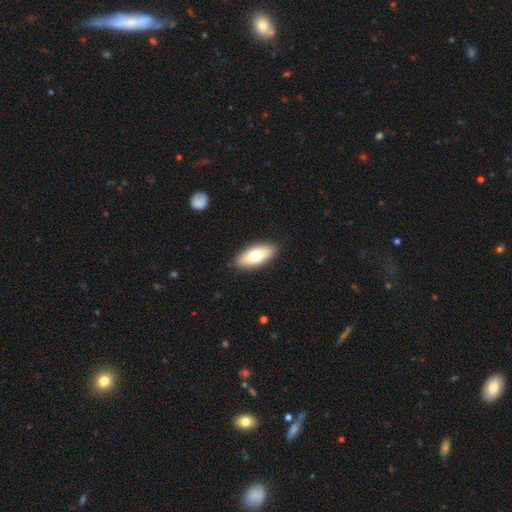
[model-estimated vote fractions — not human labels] The model was most divided on "smooth or featured": smooth: 73%, featured or disk: 21%, star or artifact: 6%. More confident: merging — none (89%); how rounded — in between (86%).